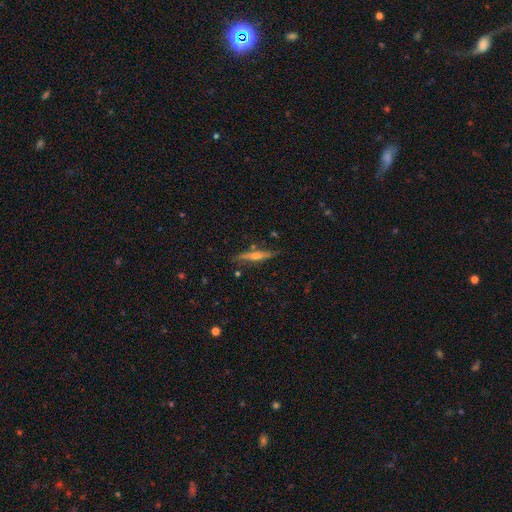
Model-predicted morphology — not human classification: Smooth or featured? Predicted: featured or disk (p=0.70). Edge-on disk? Predicted: yes (p=0.96). Edge-on bulge? Predicted: rounded (p=0.86). Merging? Predicted: none (p=0.84).